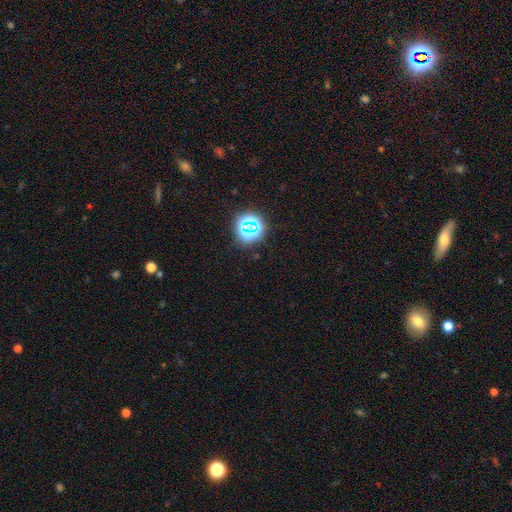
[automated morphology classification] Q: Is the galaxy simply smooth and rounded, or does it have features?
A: star or artifact — 72%.